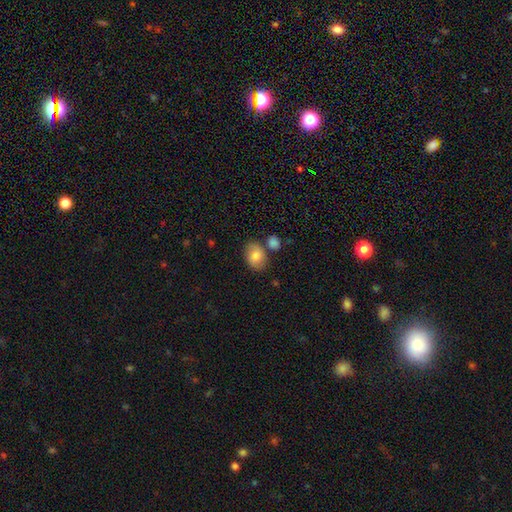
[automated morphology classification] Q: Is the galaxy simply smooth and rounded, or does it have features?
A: smooth — 75%.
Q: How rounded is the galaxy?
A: in between — 69%.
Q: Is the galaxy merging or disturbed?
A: none — 66%.